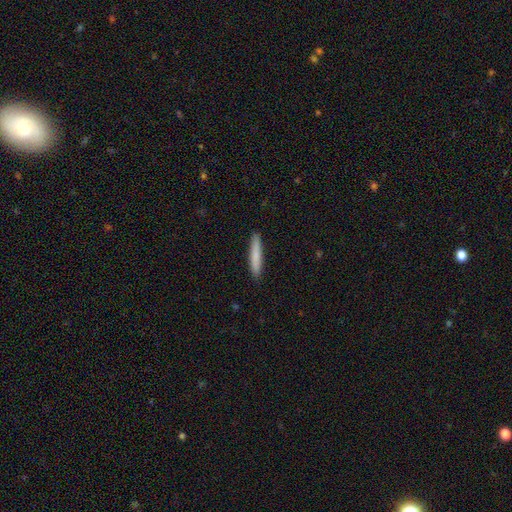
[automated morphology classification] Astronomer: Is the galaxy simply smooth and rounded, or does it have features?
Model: smooth — 79%.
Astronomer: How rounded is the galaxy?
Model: cigar-shaped — 94%.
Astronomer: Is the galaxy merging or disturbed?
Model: none — 91%.